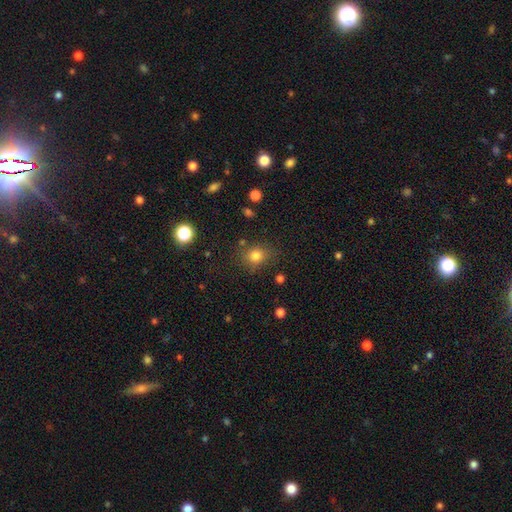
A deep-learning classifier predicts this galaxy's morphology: Smooth or featured? Predicted: smooth (p=0.79). How rounded? Predicted: round (p=0.73). Merging? Predicted: none (p=0.77).